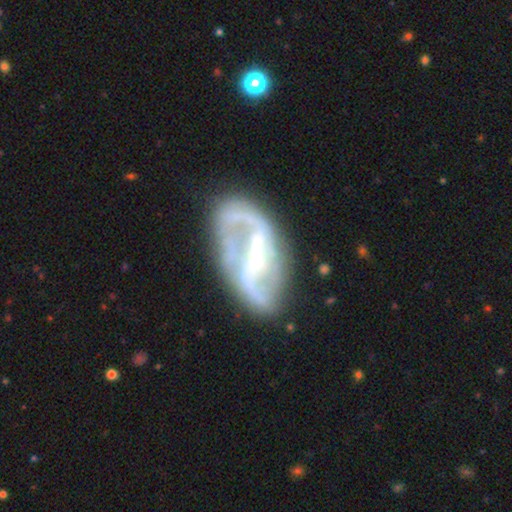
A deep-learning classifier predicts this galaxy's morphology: smooth_or_featured: featured or disk (p=0.82) [alt: smooth p=0.10]
disk_edge_on: no (p=0.95) [alt: yes p=0.05]
bar: strong (p=0.53) [alt: weak p=0.35]
has_spiral_arms: yes (p=0.84) [alt: no p=0.16]
spiral_winding: loose (p=0.51) [alt: medium p=0.35]
spiral_arm_count: 2 (p=0.75) [alt: can't tell p=0.12]
bulge_size: small (p=0.46) [alt: moderate p=0.32]
merging: none (p=0.60) [alt: minor disturbance p=0.19]